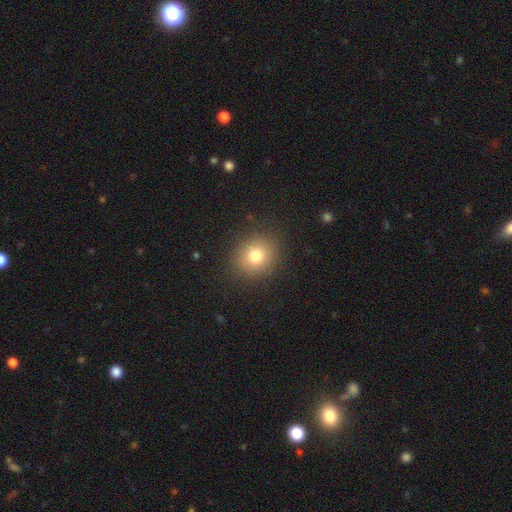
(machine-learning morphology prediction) This appears to be a smooth galaxy with no disk features (78%) that is round (80%). Merging: none (88%).